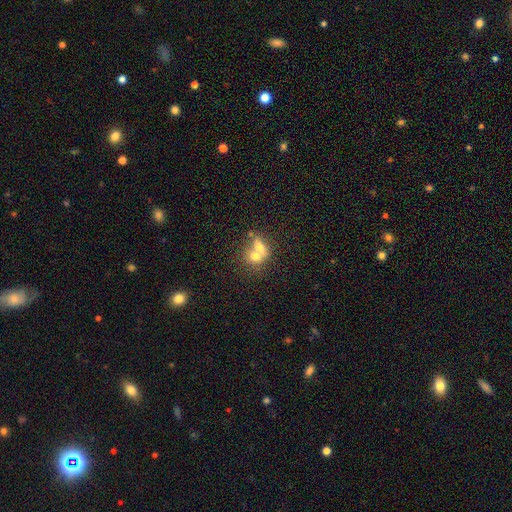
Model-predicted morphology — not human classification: Smooth or featured?
  - smooth: 65% *
  - featured or disk: 25%
  - star or artifact: 10%
How rounded?
  - in between: 51% *
  - round: 46%
  - cigar-shaped: 2%
Merging?
  - merger: 71% *
  - none: 19%
  - minor disturbance: 6%
  - major disturbance: 4%